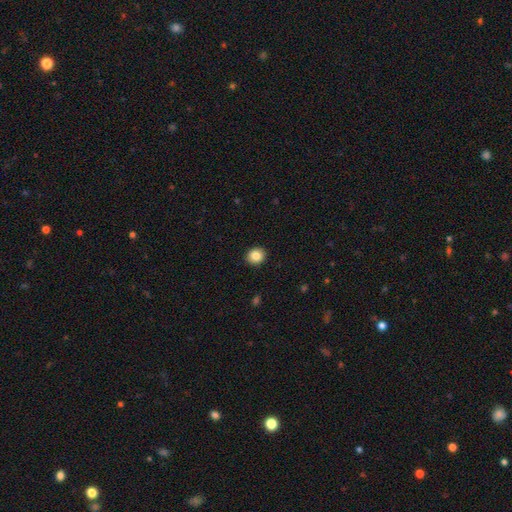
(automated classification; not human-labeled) This is clearly a smooth galaxy (86%). How rounded: likely round (78%). Merging: clearly none (92%).